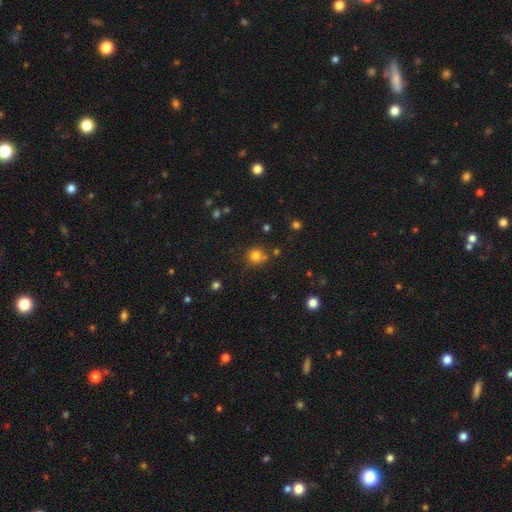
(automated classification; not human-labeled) The model was most divided on "smooth or featured": smooth: 77%, star or artifact: 16%, featured or disk: 6%. More confident: how rounded — round (92%); merging — none (75%).